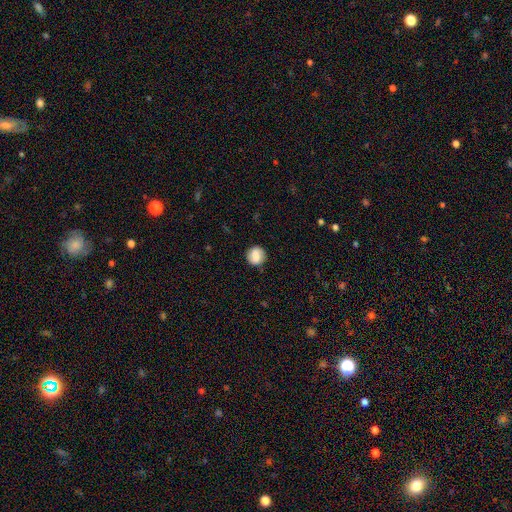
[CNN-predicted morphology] The model was most divided on "smooth or featured": smooth: 66%, featured or disk: 26%, star or artifact: 9%. More confident: how rounded — round (87%); merging — none (85%).